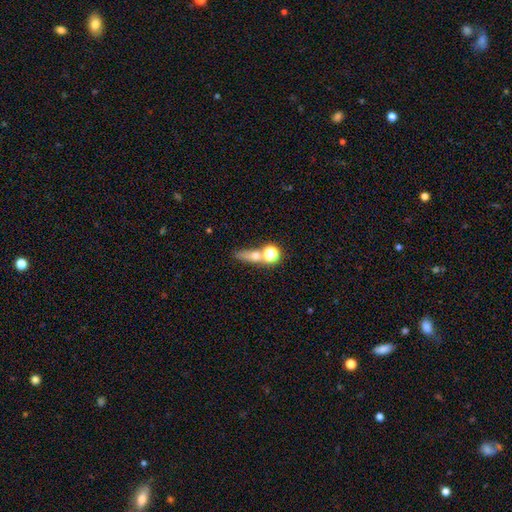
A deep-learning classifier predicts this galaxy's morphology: This is possibly a smooth galaxy (55%). How rounded: marginally round (39%). Merging: possibly none (49%).